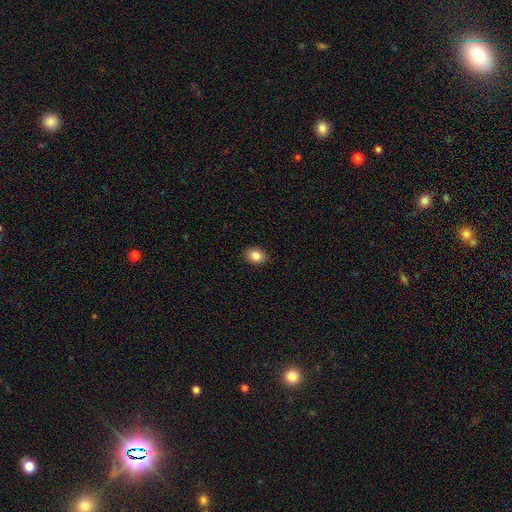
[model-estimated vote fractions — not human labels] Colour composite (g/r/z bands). It shows a smooth galaxy with no disk features (84%) that is in between round and cigar-shaped (64%). Merging: none (90%).